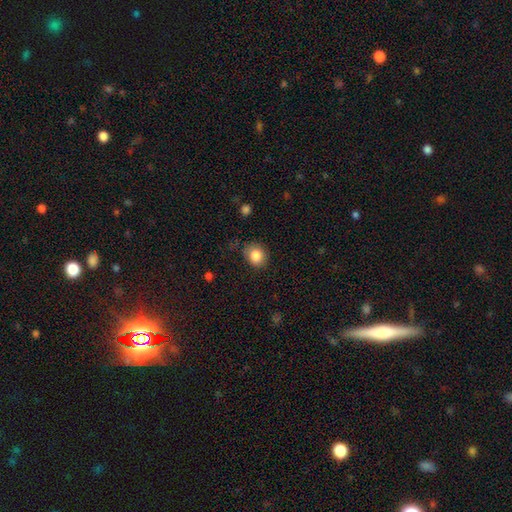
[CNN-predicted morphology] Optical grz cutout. It shows a smooth galaxy with no disk features (84%) that is round (72%). Merging: none (79%).